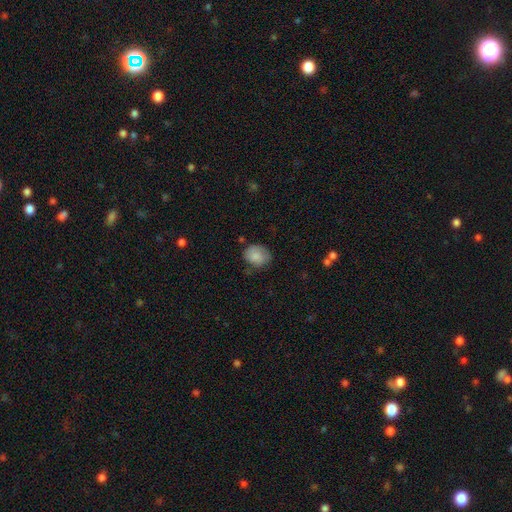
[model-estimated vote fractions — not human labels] A smooth galaxy with no disk features (83%) that is round (54%).

Vote fractions:
- Smooth or featured? smooth: 83% / featured or disk: 10% / star or artifact: 8%
- How rounded? round: 54% / in between: 45% / cigar-shaped: 1%
- Merging? none: 64% / minor disturbance: 27% / major disturbance: 7% / merger: 3%